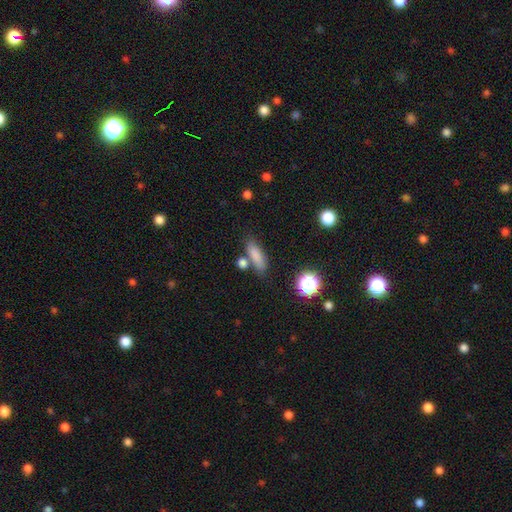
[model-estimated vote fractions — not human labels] The model was most divided on "how rounded": in between: 49%, cigar-shaped: 45%, round: 7%. More confident: smooth or featured — smooth (80%); merging — none (69%).